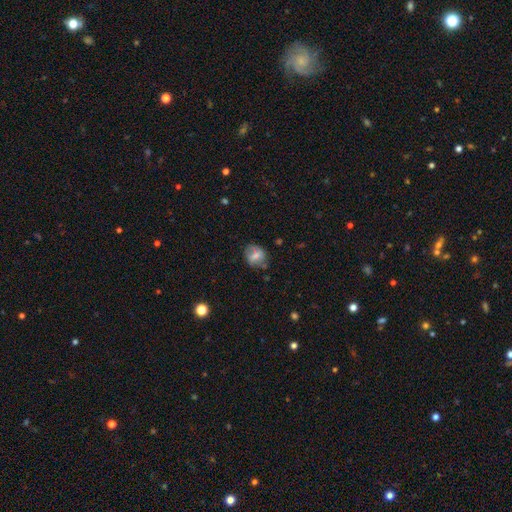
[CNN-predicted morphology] The model was most divided on "smooth or featured": smooth: 58%, featured or disk: 33%, star or artifact: 9%. More confident: merging — none (66%); how rounded — round (63%).